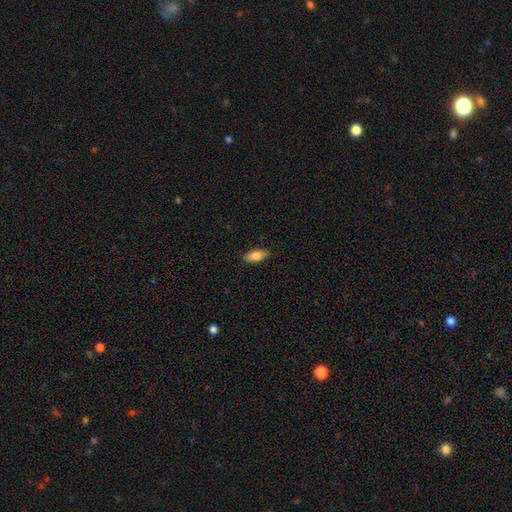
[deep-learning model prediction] Overall: smooth (83%). How rounded: in between (80%). Merging: none (88%).